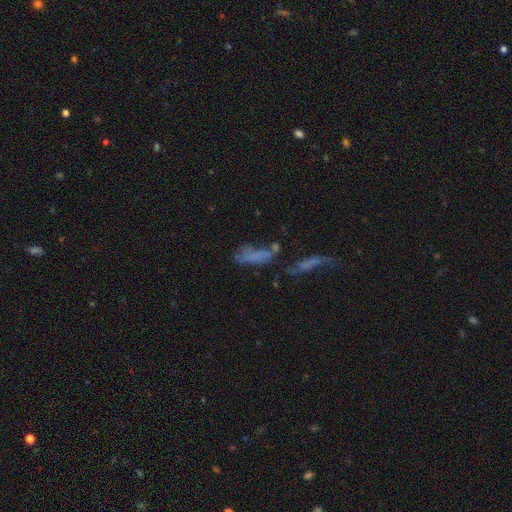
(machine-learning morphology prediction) Smooth or featured?
  - smooth: 50% *
  - featured or disk: 31%
  - star or artifact: 18%
How rounded?
  - in between: 56% *
  - cigar-shaped: 40%
  - round: 4%
Merging?
  - merger: 32% *
  - major disturbance: 26%
  - none: 26%
  - minor disturbance: 16%